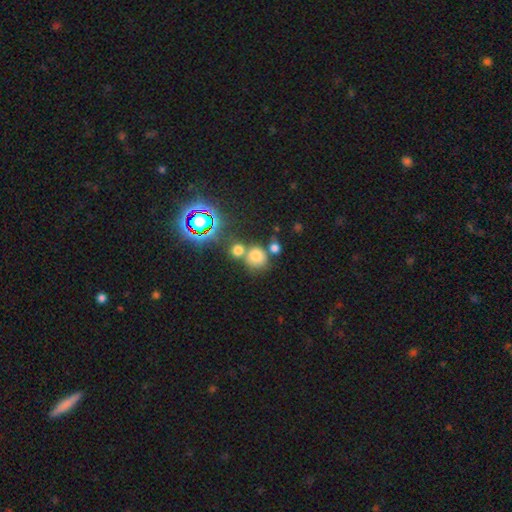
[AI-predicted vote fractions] Smooth or featured? smooth (70%)
How rounded? round (83%)
Merging? none (50%)